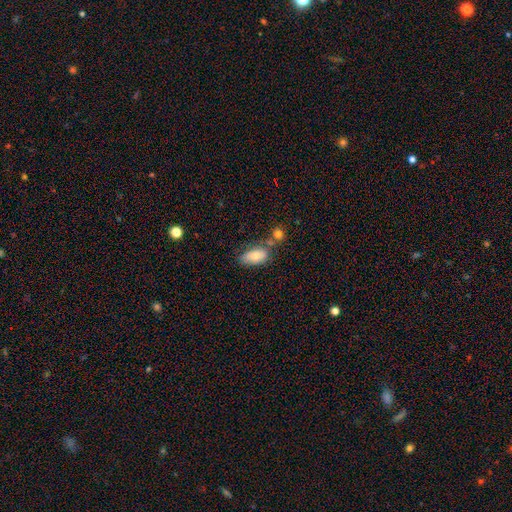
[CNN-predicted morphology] A smooth galaxy with no disk features (79%) that is in between round and cigar-shaped (91%). Merging: none (56%).